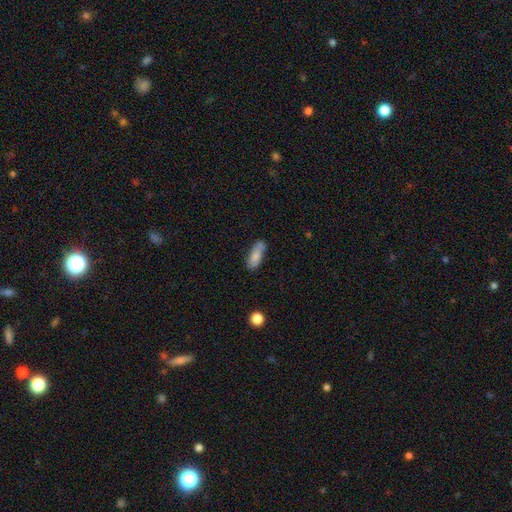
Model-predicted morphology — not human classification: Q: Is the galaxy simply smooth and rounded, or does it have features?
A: smooth — 81%.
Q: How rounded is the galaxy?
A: in between — 62%.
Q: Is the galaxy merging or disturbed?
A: none — 67%.